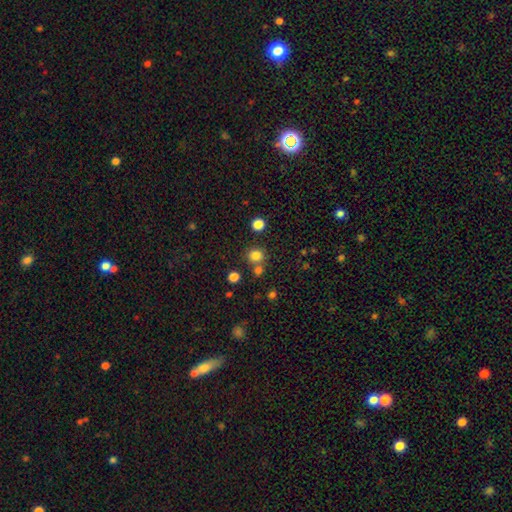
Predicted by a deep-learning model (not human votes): Smooth or featured? Predicted: smooth (p=0.79). How rounded? Predicted: round (p=0.88). Merging? Predicted: none (p=0.70).